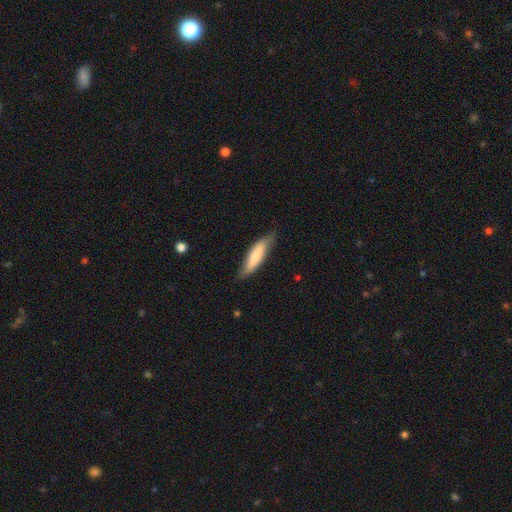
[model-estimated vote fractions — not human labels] smooth-or-featured: smooth: 68% | featured or disk: 27% | star or artifact: 5%
  how-rounded: cigar-shaped: 70% | in between: 29% | round: 1%
  merging: none: 73% | minor disturbance: 21% | major disturbance: 4% | merger: 1%